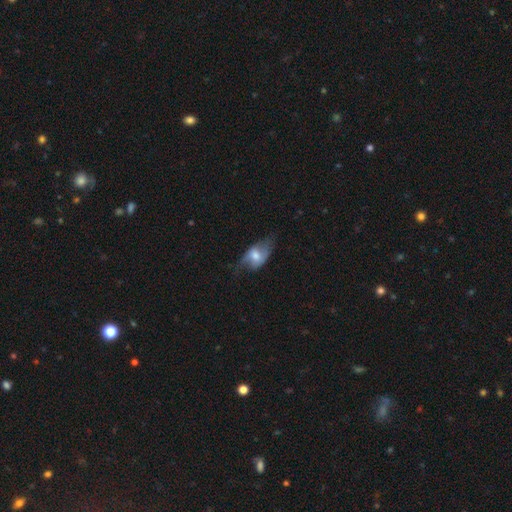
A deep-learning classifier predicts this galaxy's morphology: Smooth or featured? smooth (47%)
Merging? none (51%)